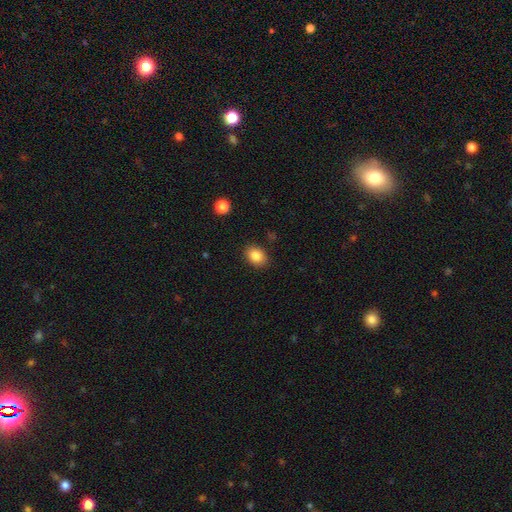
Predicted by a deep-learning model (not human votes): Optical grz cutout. It shows a smooth galaxy with no disk features (86%) that is in between round and cigar-shaped (71%). Merging: none (86%).